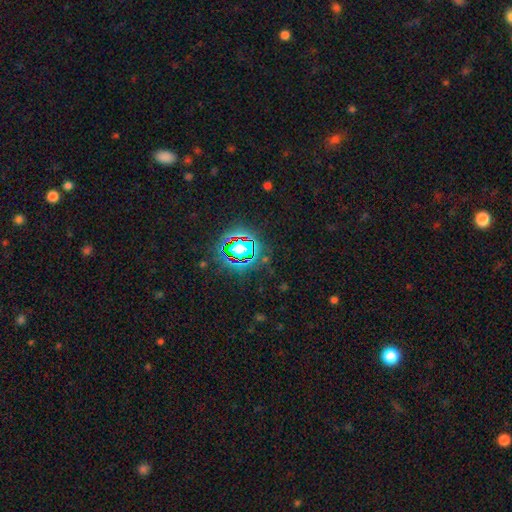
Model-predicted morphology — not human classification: type=star or artifact (82%).